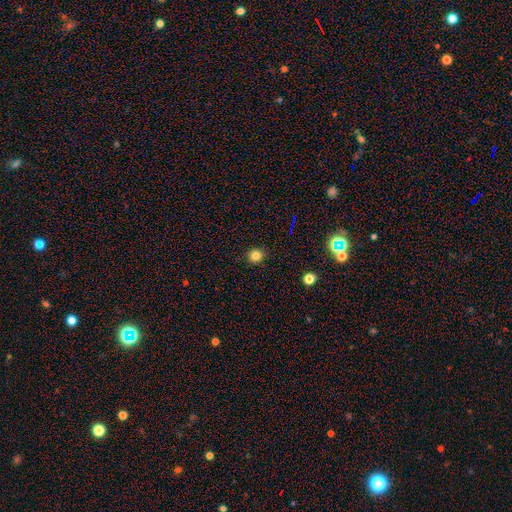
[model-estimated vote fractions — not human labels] Smooth or featured?
  - smooth: 81% *
  - star or artifact: 14%
  - featured or disk: 5%
How rounded?
  - round: 87% *
  - in between: 12%
  - cigar-shaped: 1%
Merging?
  - none: 90% *
  - minor disturbance: 7%
  - major disturbance: 2%
  - merger: 1%